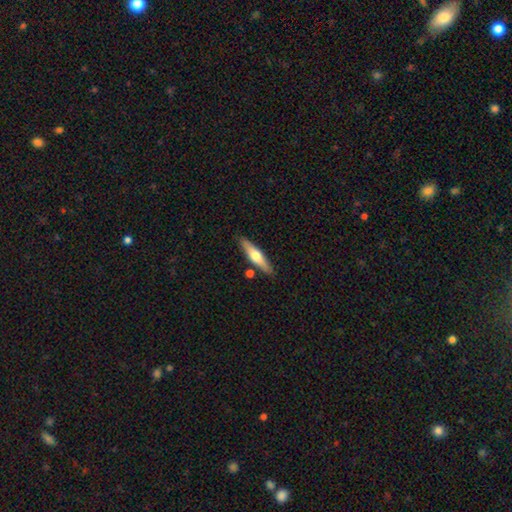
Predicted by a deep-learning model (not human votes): Smooth or featured? Predicted: featured or disk (p=0.48). Merging? Predicted: none (p=0.84).